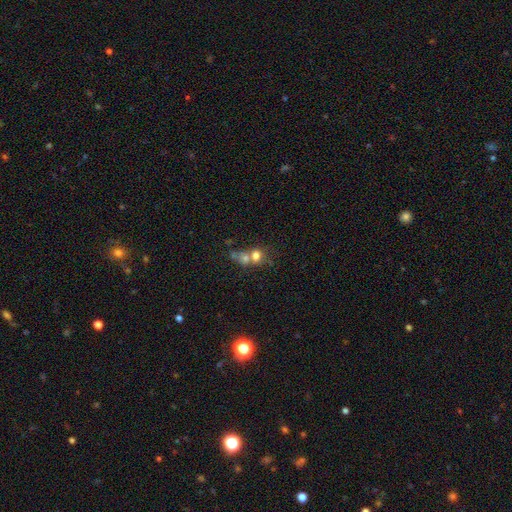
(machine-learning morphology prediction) Q: Smooth or featured?
A: smooth (67%); runner-up: featured or disk (20%)
Q: How rounded?
A: round (70%); runner-up: in between (29%)
Q: Merging?
A: merger (64%); runner-up: none (24%)